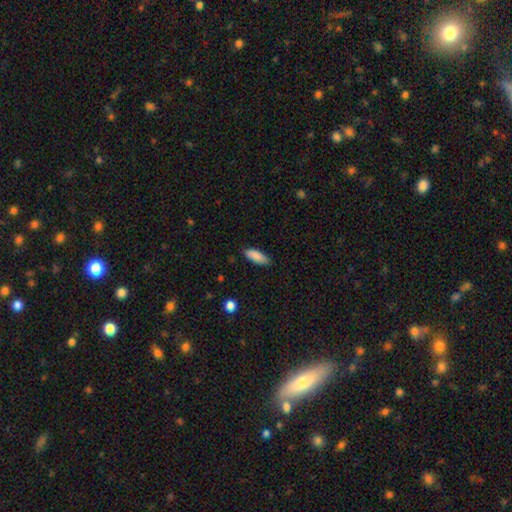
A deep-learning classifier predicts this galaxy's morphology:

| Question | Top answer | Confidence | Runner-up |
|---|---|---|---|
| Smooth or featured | smooth | 88% | star or artifact (6%) |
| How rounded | in between | 69% | cigar-shaped (30%) |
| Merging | none | 84% | minor disturbance (12%) |